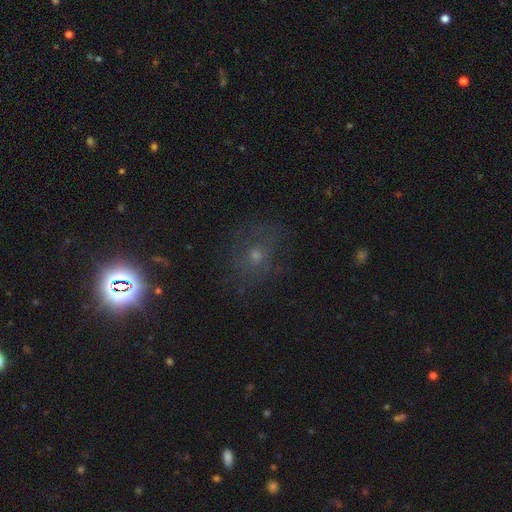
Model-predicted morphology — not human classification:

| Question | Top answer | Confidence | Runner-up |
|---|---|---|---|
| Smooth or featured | star or artifact | 37% | tied: smooth (37%) |